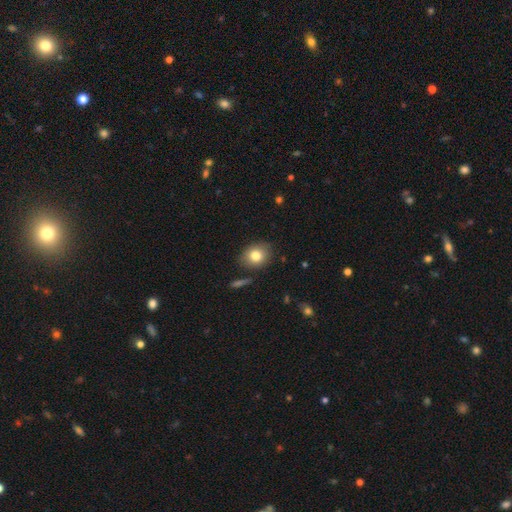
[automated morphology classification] The model was most divided on "how rounded": round: 55%, in between: 44%, cigar-shaped: 1%. More confident: merging — none (83%); smooth or featured — smooth (80%).